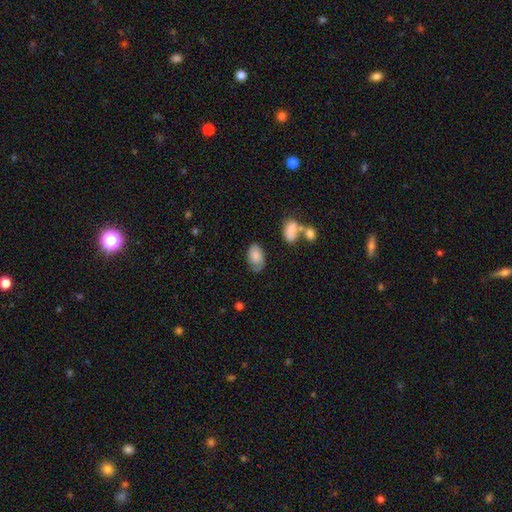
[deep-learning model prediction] Smooth or featured? smooth (70%)
How rounded? in between (91%)
Merging? none (57%)